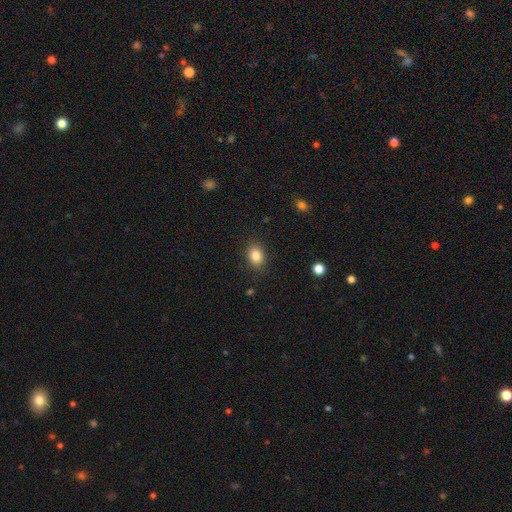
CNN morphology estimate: smooth 85%, star or artifact 10%, featured or disk 6%. Down the decision tree: how rounded — in between (65%); merging — none (87%).